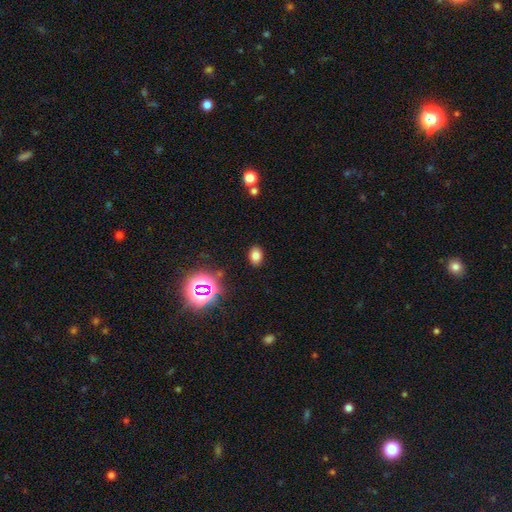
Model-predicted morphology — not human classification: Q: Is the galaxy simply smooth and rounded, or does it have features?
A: smooth — 74%.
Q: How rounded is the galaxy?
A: in between — 73%.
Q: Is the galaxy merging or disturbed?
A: none — 87%.